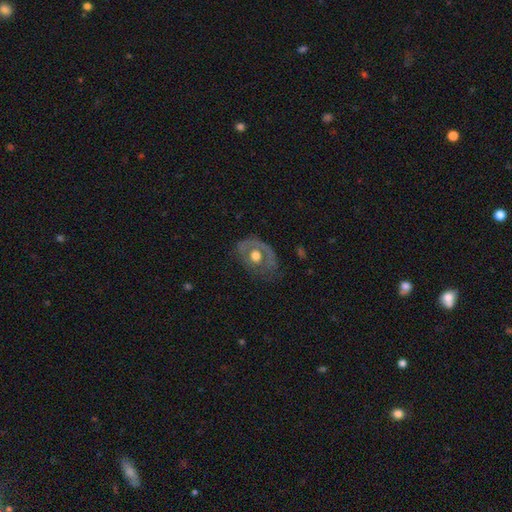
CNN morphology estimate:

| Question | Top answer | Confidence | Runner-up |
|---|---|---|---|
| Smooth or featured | featured or disk | 54% | smooth (39%) |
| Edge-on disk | no | 94% | yes (6%) |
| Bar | no | 88% | weak (9%) |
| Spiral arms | no | 75% | yes (25%) |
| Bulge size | moderate | 60% | large (31%) |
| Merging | none | 53% | minor disturbance (25%) |